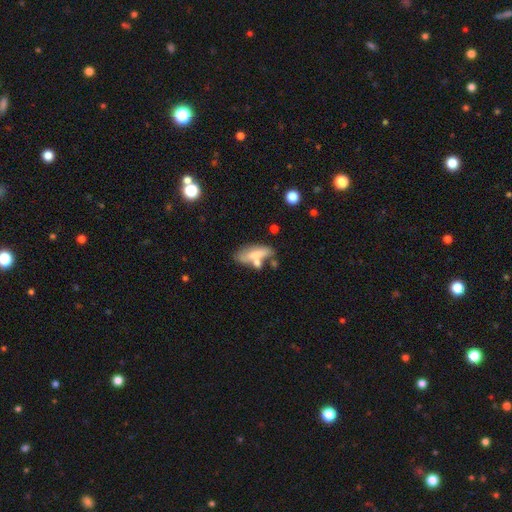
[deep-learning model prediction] This is likely a smooth galaxy (61%). How rounded: likely in between (62%). Merging: marginally none (41%).